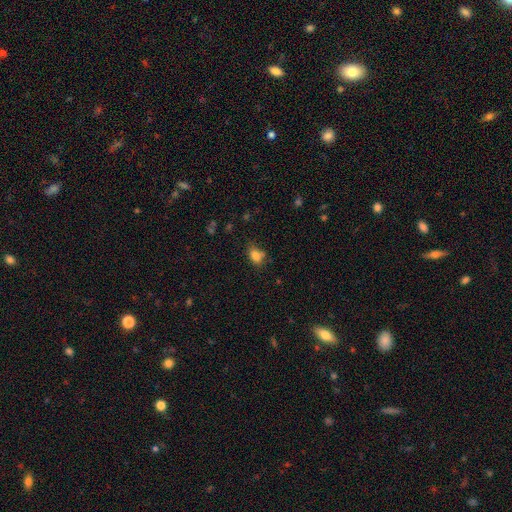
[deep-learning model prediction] This is clearly a smooth galaxy (81%). How rounded: likely in between (73%). Merging: likely none (62%).